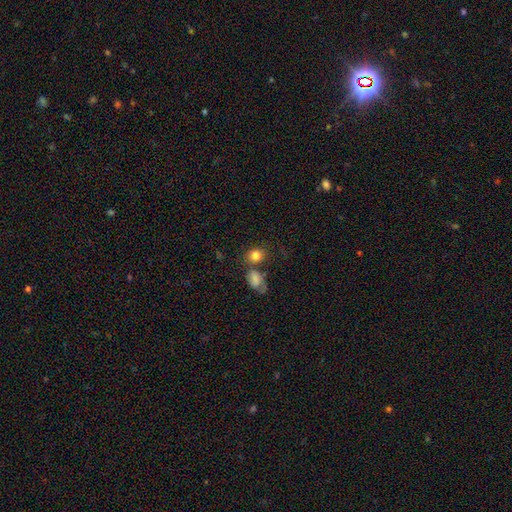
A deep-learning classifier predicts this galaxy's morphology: A smooth galaxy with no disk features (82%) that is round (59%).

Vote fractions:
- Smooth or featured? smooth: 82% / star or artifact: 10% / featured or disk: 8%
- How rounded? round: 59% / in between: 40% / cigar-shaped: 1%
- Merging? none: 56% / merger: 24% / minor disturbance: 14% / major disturbance: 6%